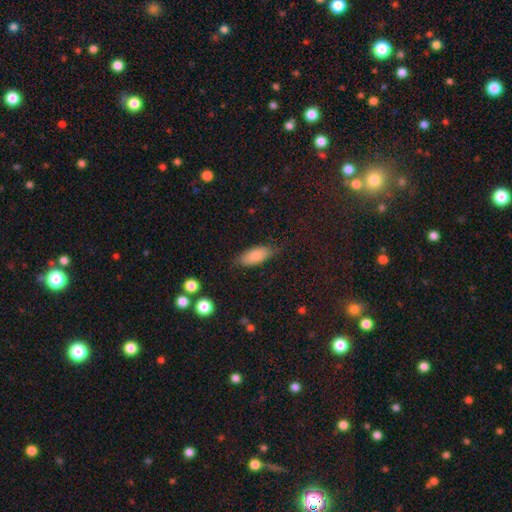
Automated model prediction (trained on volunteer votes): This appears to be a smooth galaxy with no disk features (82%) that is in between round and cigar-shaped (83%). Merging: none (74%).